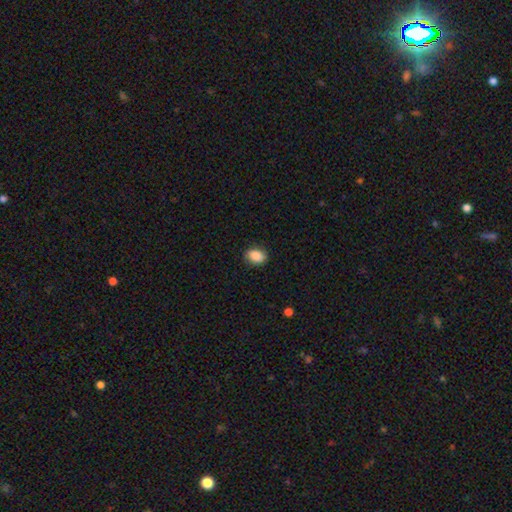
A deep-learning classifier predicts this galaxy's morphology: Smooth or featured? smooth (87%)
How rounded? in between (73%)
Merging? none (86%)